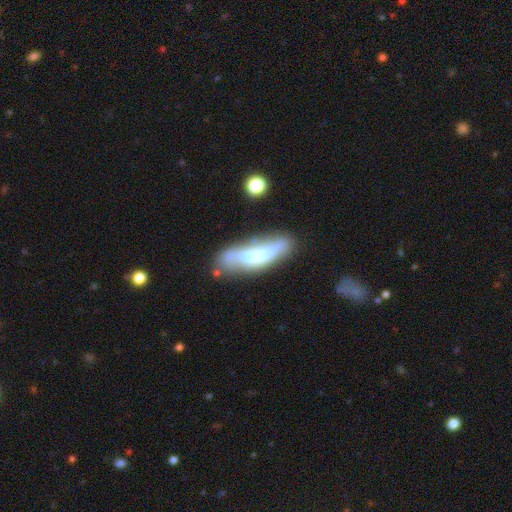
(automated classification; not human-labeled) This is possibly a smooth galaxy (47%). Merging: possibly none (51%).